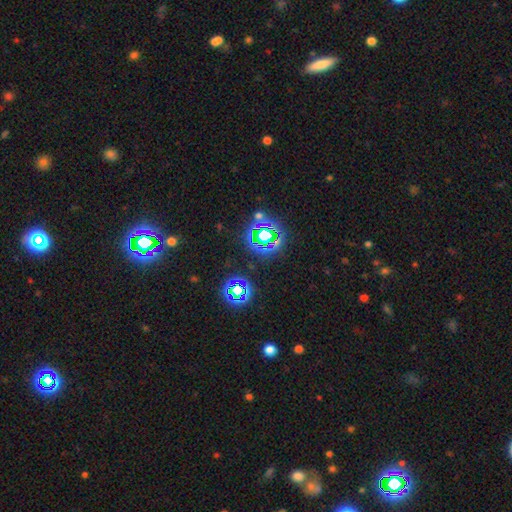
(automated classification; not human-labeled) Morphology: type=star or artifact (78%).